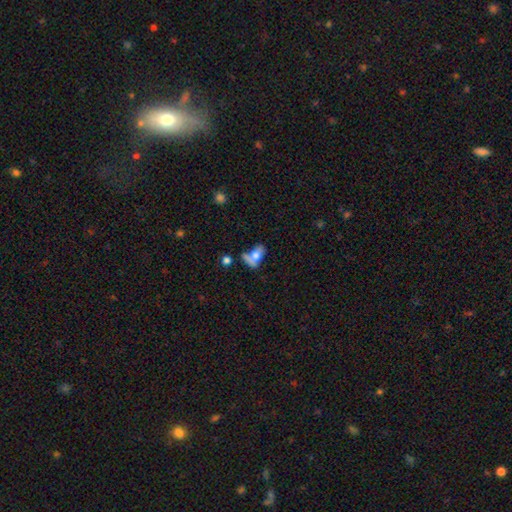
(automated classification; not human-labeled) Q: Smooth or featured?
A: smooth (65%); runner-up: featured or disk (25%)
Q: How rounded?
A: in between (79%); runner-up: round (12%)
Q: Merging?
A: merger (36%); runner-up: none (27%)